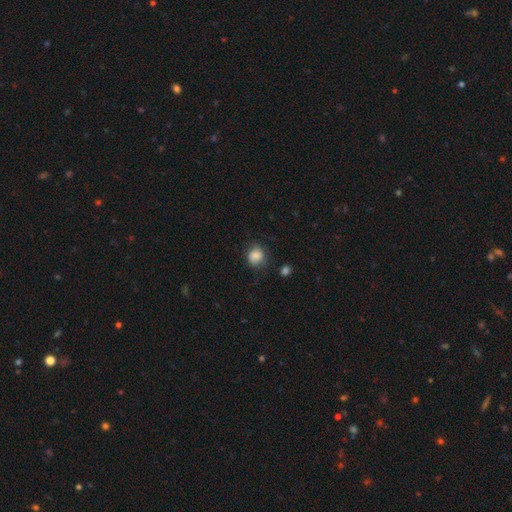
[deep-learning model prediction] A smooth galaxy with no disk features (84%) that is round (76%).

Vote fractions:
- Smooth or featured? smooth: 84% / star or artifact: 9% / featured or disk: 7%
- How rounded? round: 76% / in between: 23% / cigar-shaped: 1%
- Merging? none: 72% / minor disturbance: 20% / major disturbance: 6% / merger: 2%